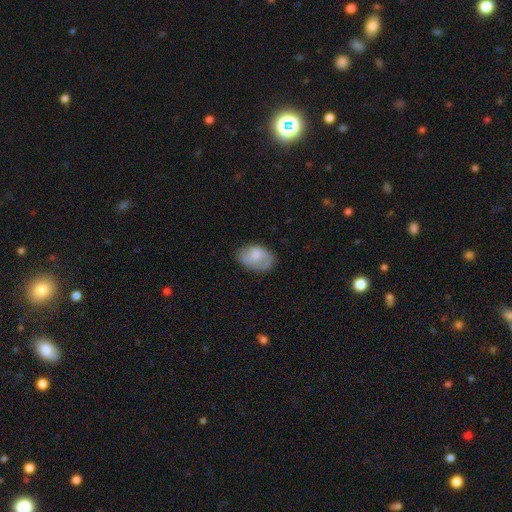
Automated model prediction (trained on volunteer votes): A smooth galaxy with no disk features (64%) that is in between round and cigar-shaped (87%). Merging: none (61%).